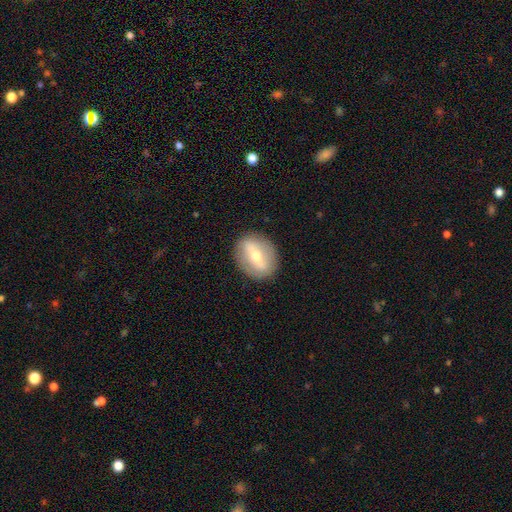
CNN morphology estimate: Smooth or featured: featured or disk — 54% (smooth — 39%)
Edge-on disk: no — 80% (yes — 20%)
Merging: none — 87% (minor disturbance — 9%)